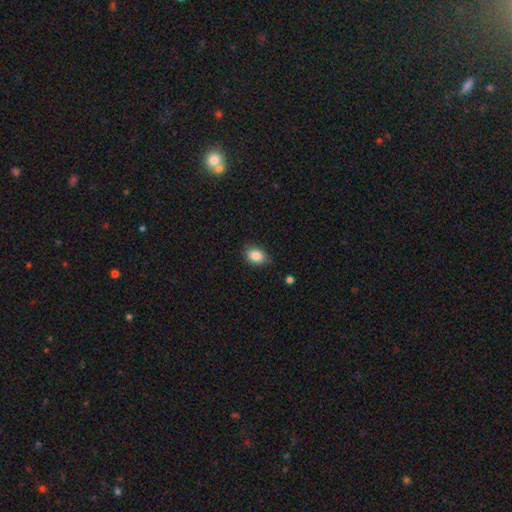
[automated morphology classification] smooth_or_featured: smooth (p=0.86) [alt: star or artifact p=0.09]
how_rounded: in between (p=0.70) [alt: round p=0.29]
merging: none (p=0.74) [alt: minor disturbance p=0.21]